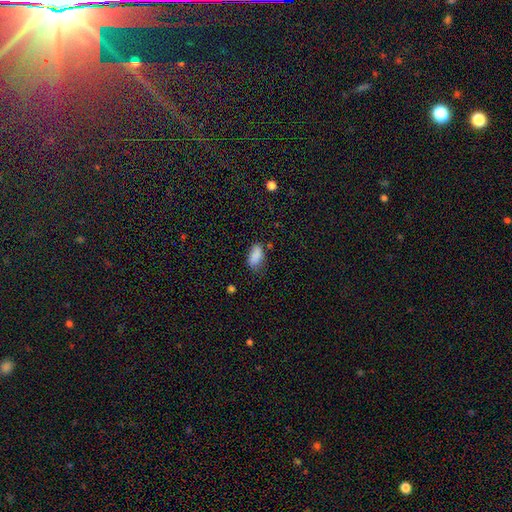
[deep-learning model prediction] Morphology: type=smooth (87%); roundness=in between (90%); merging=none (63%).